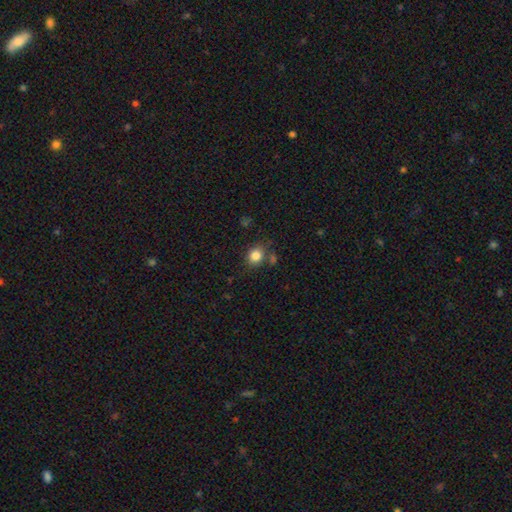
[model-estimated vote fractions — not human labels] Smooth or featured?
  - smooth: 83% *
  - star or artifact: 11%
  - featured or disk: 6%
How rounded?
  - round: 67% *
  - in between: 32%
  - cigar-shaped: 1%
Merging?
  - none: 75% *
  - minor disturbance: 13%
  - merger: 8%
  - major disturbance: 4%